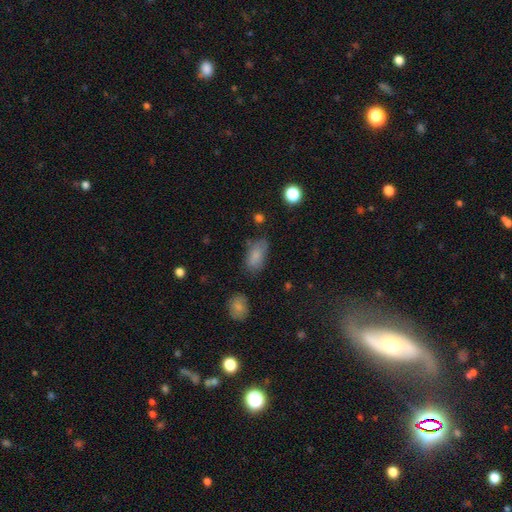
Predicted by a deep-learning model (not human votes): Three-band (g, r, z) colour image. It shows a smooth galaxy with no disk features (81%) that is in between round and cigar-shaped (91%). Merging: none (62%).